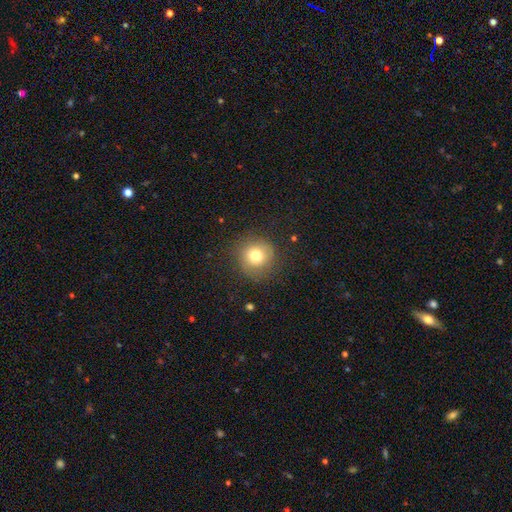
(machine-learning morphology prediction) Overall: smooth (76%). How rounded: round (92%). Merging: none (83%).